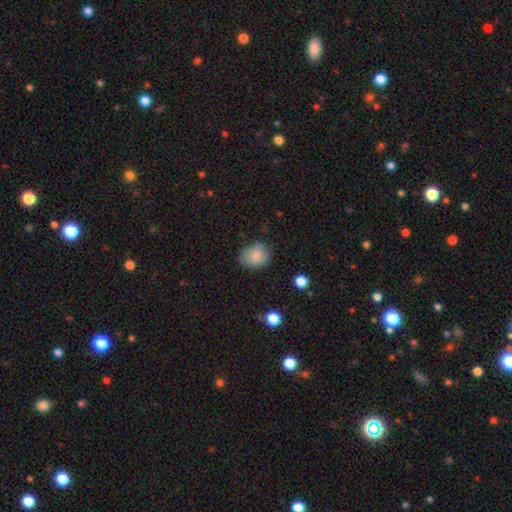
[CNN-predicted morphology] Overall: smooth (82%). How rounded: round (52%; in between 47%). Merging: none (72%).